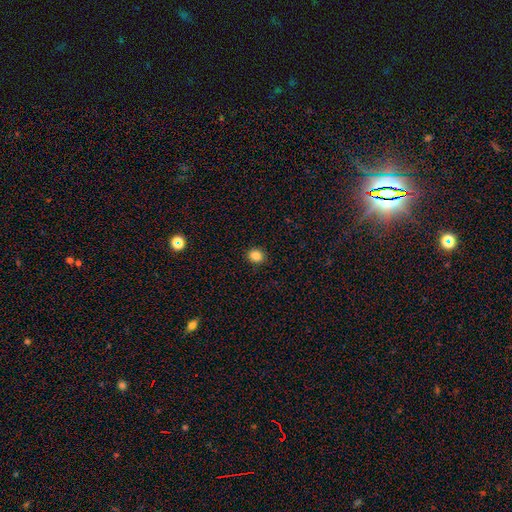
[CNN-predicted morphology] The model was most divided on "how rounded": round: 77%, in between: 22%, cigar-shaped: 1%. More confident: merging — none (90%); smooth or featured — smooth (85%).